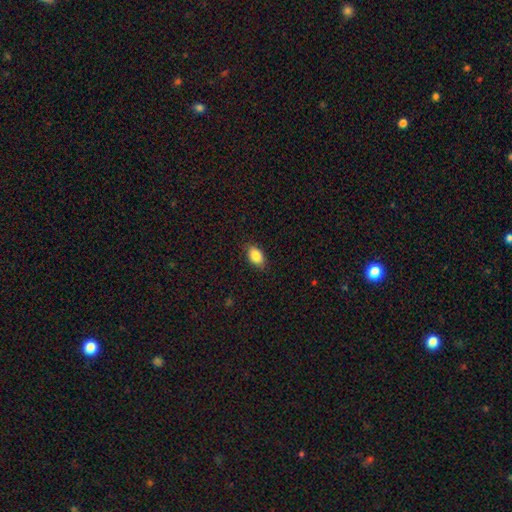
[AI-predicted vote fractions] Morphology: type=smooth (88%); roundness=in between (87%); merging=none (86%).